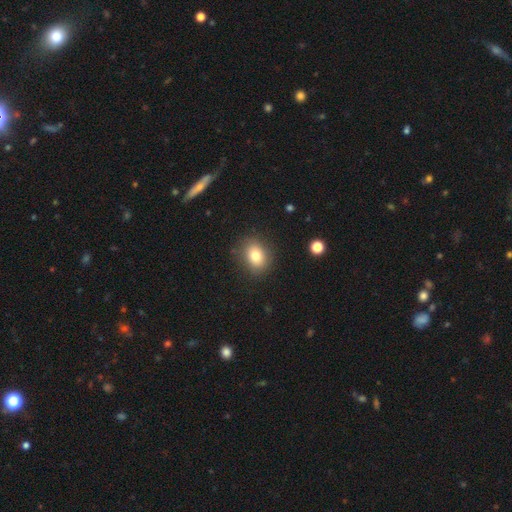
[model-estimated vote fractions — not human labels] This appears to be a smooth galaxy with no disk features (81%) that is in between round and cigar-shaped (53%). Merging: none (85%).